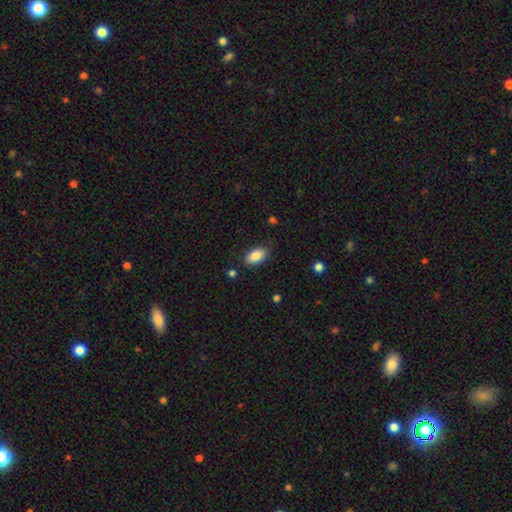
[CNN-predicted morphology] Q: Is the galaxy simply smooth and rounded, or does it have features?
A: smooth — 86%.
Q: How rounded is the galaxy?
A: in between — 92%.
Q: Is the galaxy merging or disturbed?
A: none — 83%.